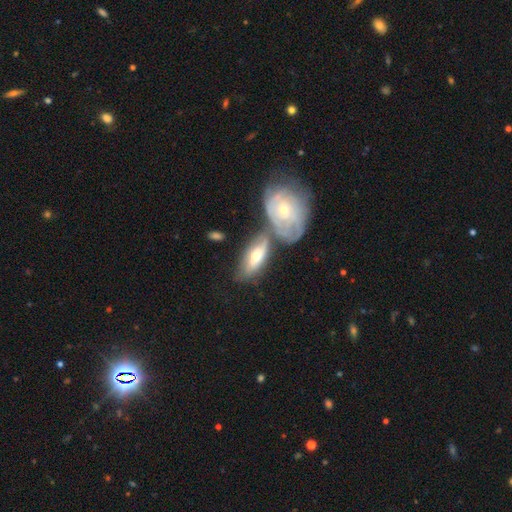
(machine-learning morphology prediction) featured or disk 54%, smooth 39%, star or artifact 6%. Down the decision tree: edge-on disk — no (77%); merging — none (40%).